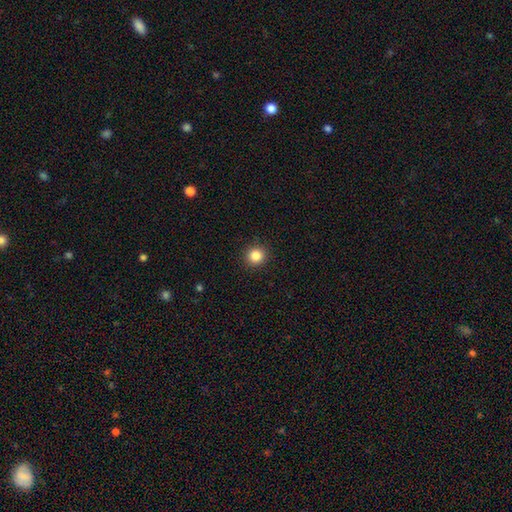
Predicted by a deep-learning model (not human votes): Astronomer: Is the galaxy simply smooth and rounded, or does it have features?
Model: smooth — 85%.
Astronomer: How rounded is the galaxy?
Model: round — 92%.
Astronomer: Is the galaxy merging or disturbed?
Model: none — 92%.